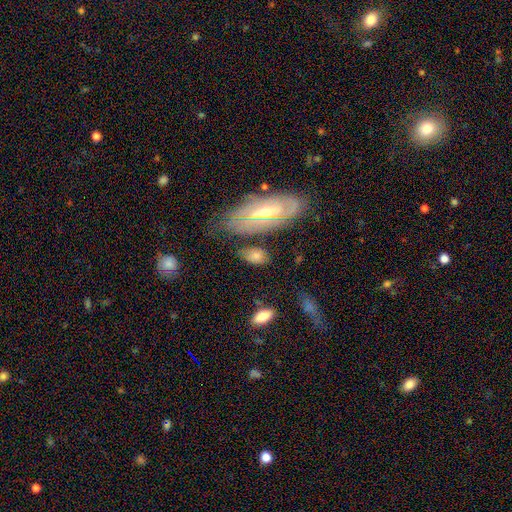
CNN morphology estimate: This appears to be a smooth galaxy with no disk features (62%) that is in between round and cigar-shaped (82%). Merging: none (69%).